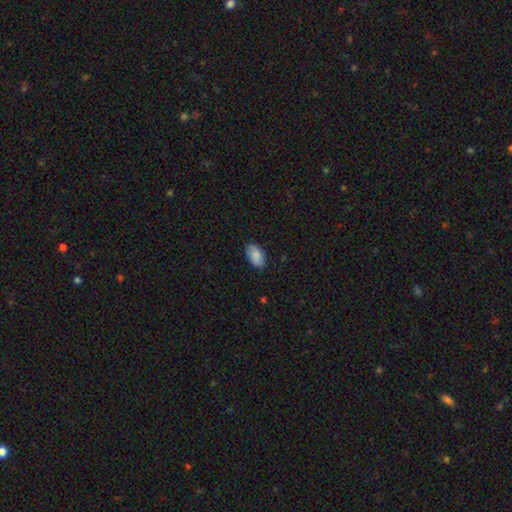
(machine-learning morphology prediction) Smooth or featured?
  - smooth: 86% *
  - featured or disk: 7%
  - star or artifact: 7%
How rounded?
  - in between: 94% *
  - round: 3%
  - cigar-shaped: 2%
Merging?
  - none: 84% *
  - minor disturbance: 13%
  - major disturbance: 2%
  - merger: 1%